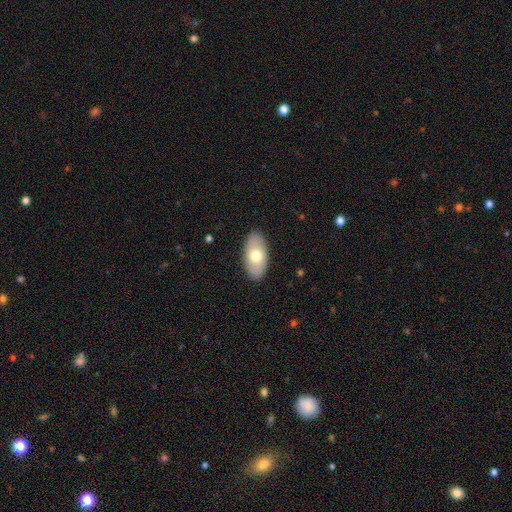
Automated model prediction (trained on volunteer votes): A smooth galaxy with no disk features (66%) that is in between round and cigar-shaped (94%). Merging: none (88%).